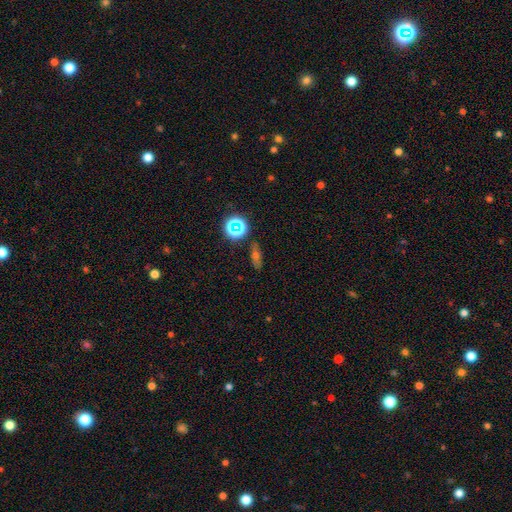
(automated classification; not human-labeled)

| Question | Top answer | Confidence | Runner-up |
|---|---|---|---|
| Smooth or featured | smooth | 41% | star or artifact (38%) |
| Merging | none | 84% | minor disturbance (10%) |